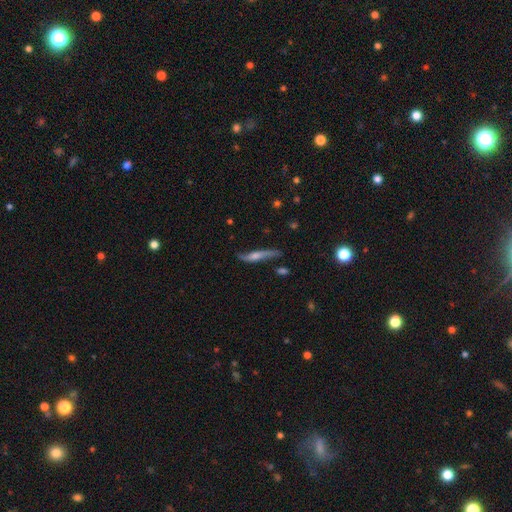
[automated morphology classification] Smooth or featured?
  - featured or disk: 62% *
  - smooth: 31%
  - star or artifact: 7%
Edge-on disk?
  - yes: 73% *
  - no: 27%
Merging?
  - none: 62% *
  - minor disturbance: 25%
  - major disturbance: 9%
  - merger: 4%